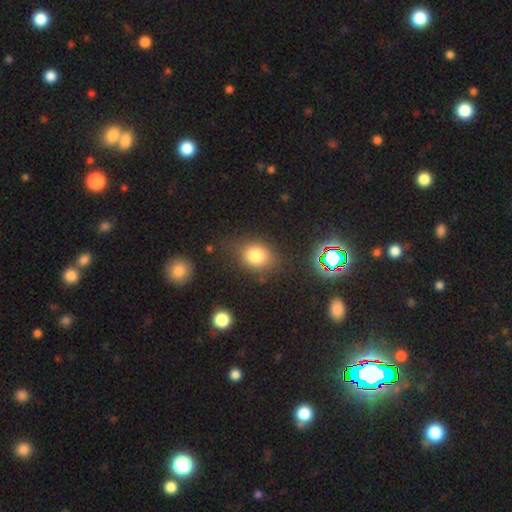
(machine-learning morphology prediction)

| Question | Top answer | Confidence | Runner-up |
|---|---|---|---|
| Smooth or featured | smooth | 79% | star or artifact (13%) |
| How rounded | round | 57% | in between (42%) |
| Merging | none | 75% | minor disturbance (16%) |